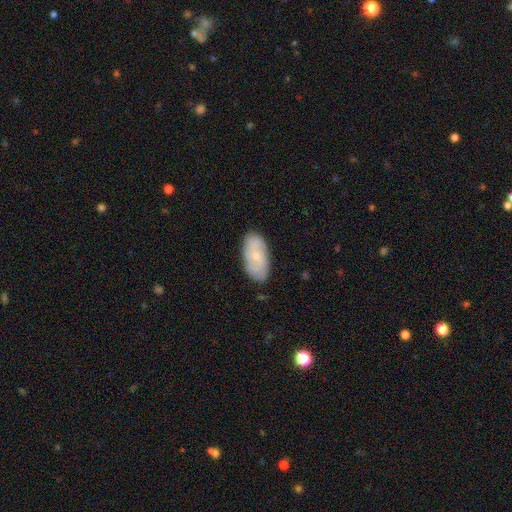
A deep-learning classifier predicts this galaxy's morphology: This appears to be a smooth galaxy with no disk features (63%) that is in between round and cigar-shaped (92%). Merging: none (82%).